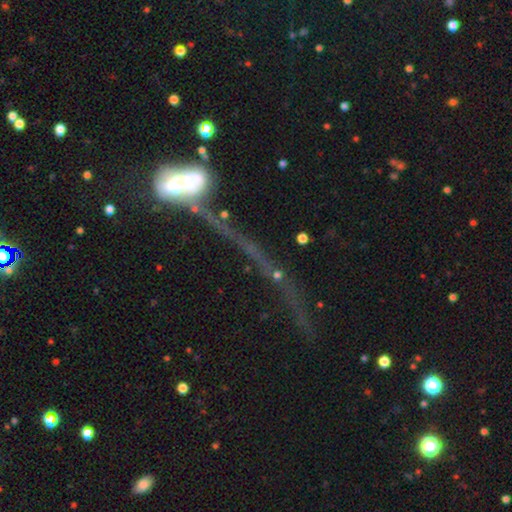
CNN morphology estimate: Smooth or featured: featured or disk — 51% (smooth — 25%)
Edge-on disk: no — 56% (yes — 44%)
Merging: major disturbance — 35% (merger — 34%)